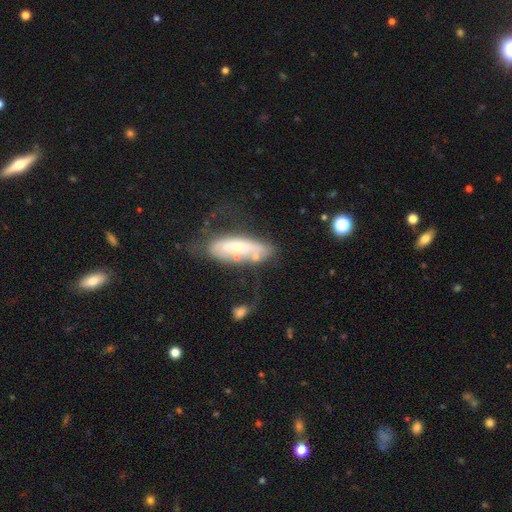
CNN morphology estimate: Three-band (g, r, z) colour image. It shows a smooth galaxy with no disk features (47%). Merging: none (38%).